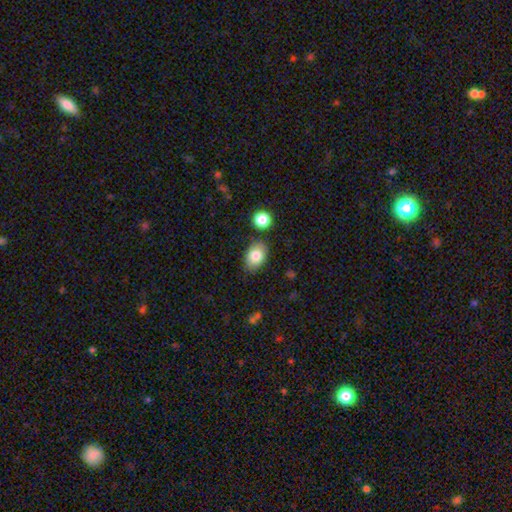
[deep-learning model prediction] Smooth or featured? smooth (83%)
How rounded? in between (83%)
Merging? none (80%)